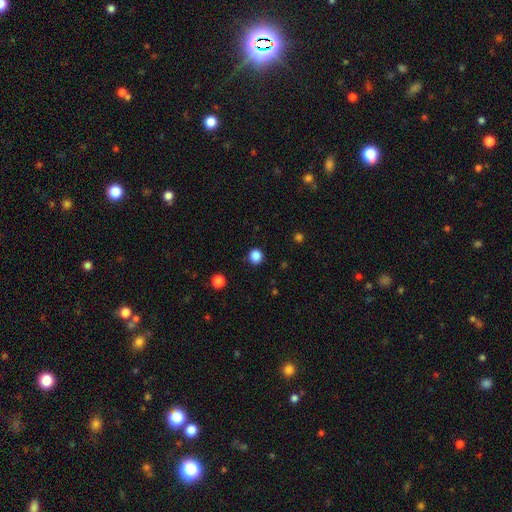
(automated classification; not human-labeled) A smooth galaxy with no disk features (86%) that is round (91%). Merging: none (89%).